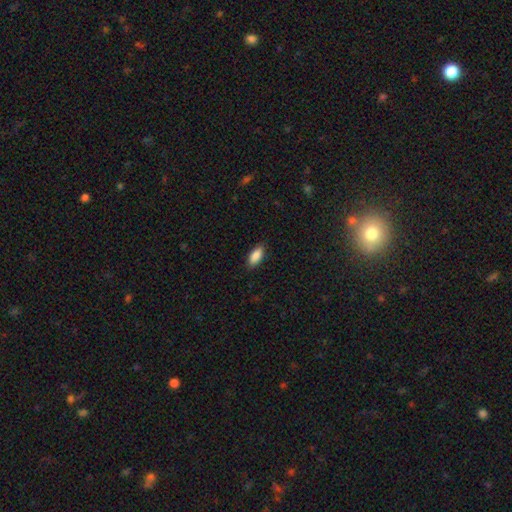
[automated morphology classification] The model was most divided on "merging": none: 85%, minor disturbance: 11%, major disturbance: 2%, merger: 1%. More confident: smooth or featured — smooth (88%); how rounded — in between (86%).